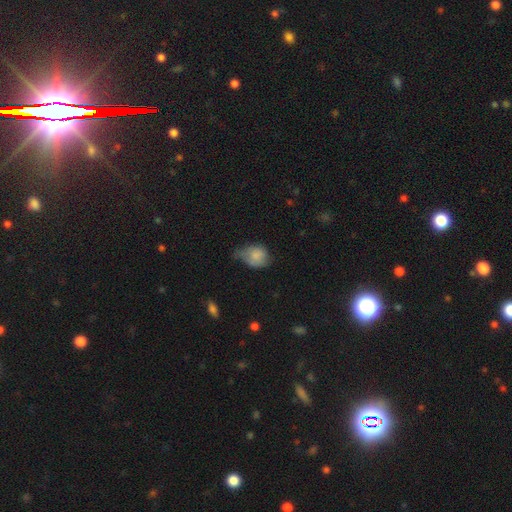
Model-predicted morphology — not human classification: Smooth or featured? Predicted: smooth (p=0.75). How rounded? Predicted: in between (p=0.62). Merging? Predicted: minor disturbance (p=0.46).